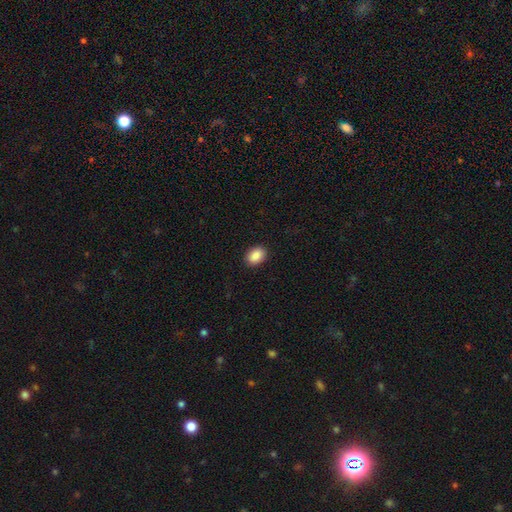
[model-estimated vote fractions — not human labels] smooth_or_featured: smooth (p=0.90) [alt: star or artifact p=0.07]
how_rounded: in between (p=0.76) [alt: round p=0.23]
merging: none (p=0.91) [alt: minor disturbance p=0.07]